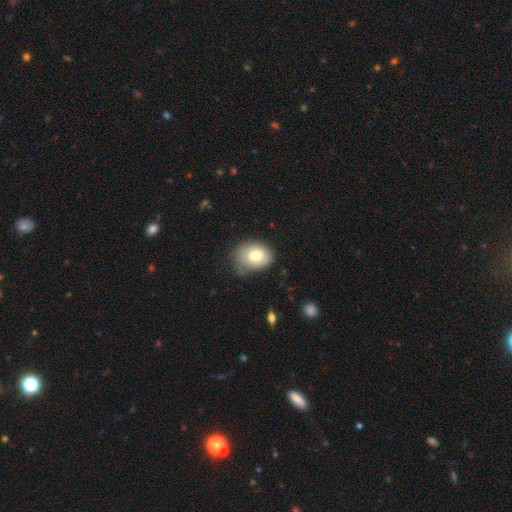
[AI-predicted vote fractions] A smooth galaxy with no disk features (73%) that is in between round and cigar-shaped (58%). Merging: none (56%).